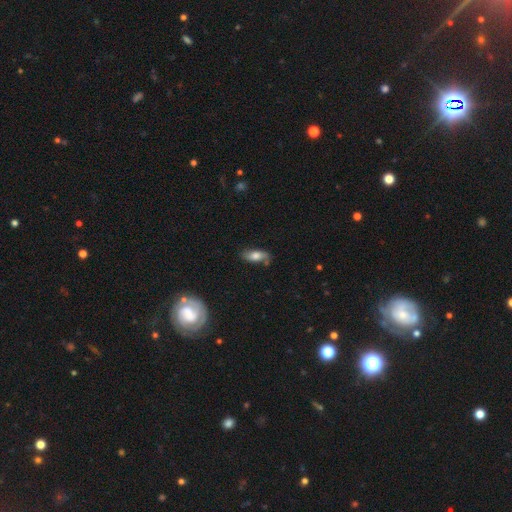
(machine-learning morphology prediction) Smooth or featured? Predicted: smooth (p=0.63). How rounded? Predicted: in between (p=0.79). Merging? Predicted: none (p=0.64).